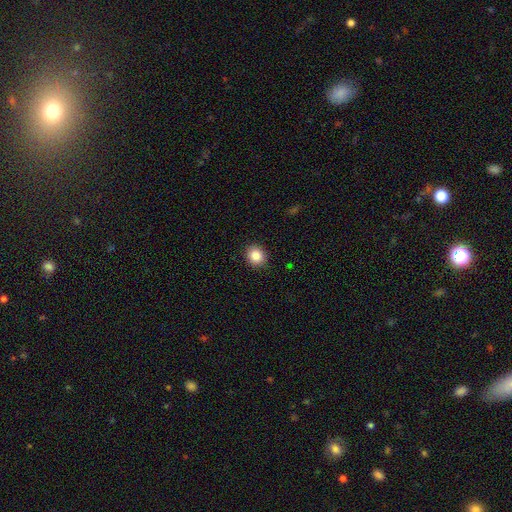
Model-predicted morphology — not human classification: smooth 86%, star or artifact 9%, featured or disk 5%. Down the decision tree: how rounded — round (75%); merging — none (90%).